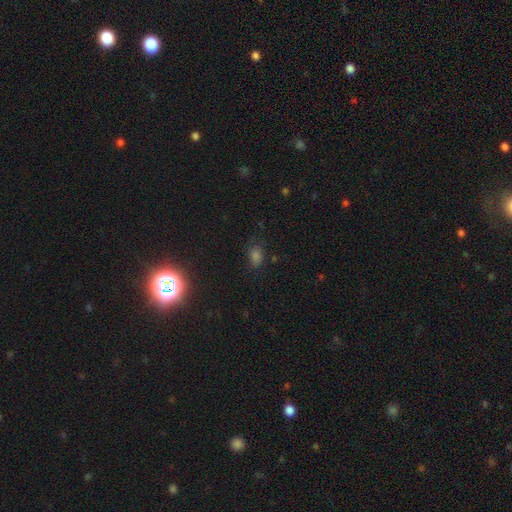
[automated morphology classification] Q: Smooth or featured?
A: smooth (58%); runner-up: star or artifact (35%)
Q: How rounded?
A: in between (71%); runner-up: round (27%)
Q: Merging?
A: none (78%); runner-up: minor disturbance (15%)